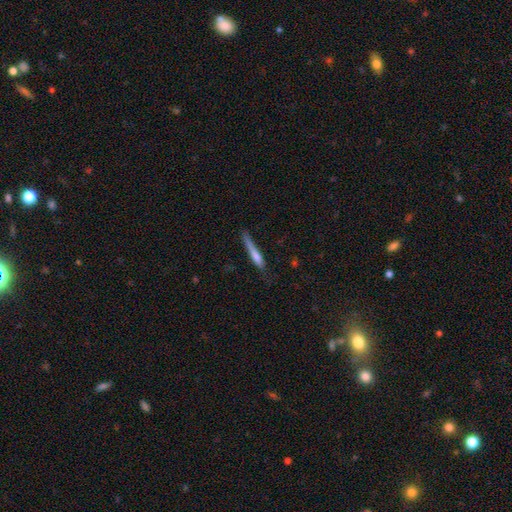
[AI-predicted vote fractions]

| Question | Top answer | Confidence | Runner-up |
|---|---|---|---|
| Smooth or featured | smooth | 63% | featured or disk (30%) |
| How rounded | cigar-shaped | 93% | in between (6%) |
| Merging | none | 55% | minor disturbance (30%) |